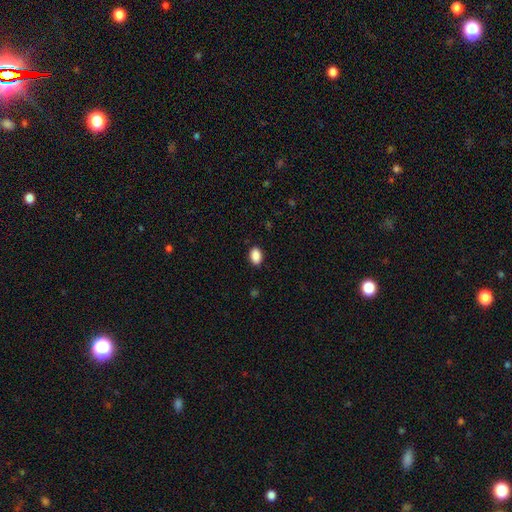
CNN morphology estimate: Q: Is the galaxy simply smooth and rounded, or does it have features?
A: smooth — 90%.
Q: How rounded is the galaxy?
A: in between — 87%.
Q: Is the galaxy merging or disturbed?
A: none — 88%.